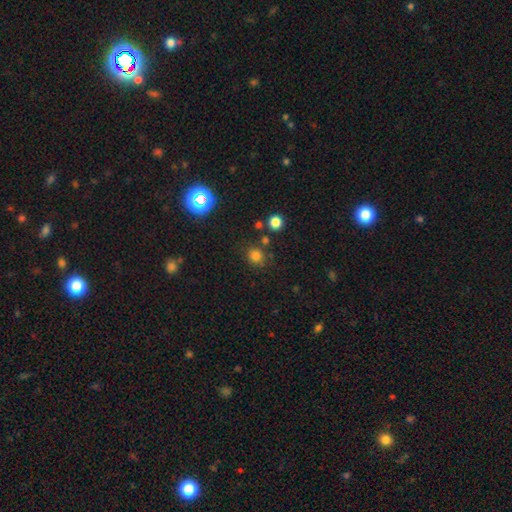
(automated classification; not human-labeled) Q: Smooth or featured?
A: smooth (76%); runner-up: star or artifact (19%)
Q: How rounded?
A: round (83%); runner-up: in between (16%)
Q: Merging?
A: none (77%); runner-up: minor disturbance (11%)